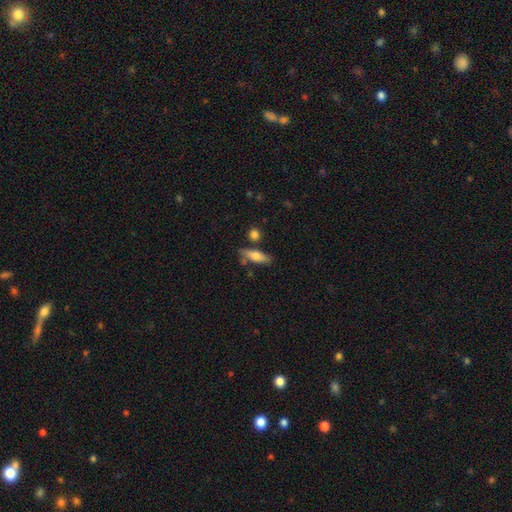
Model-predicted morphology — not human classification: smooth-or-featured: smooth: 68% | featured or disk: 26% | star or artifact: 7%
  how-rounded: cigar-shaped: 53% | in between: 43% | round: 3%
  merging: none: 70% | minor disturbance: 16% | merger: 10% | major disturbance: 4%